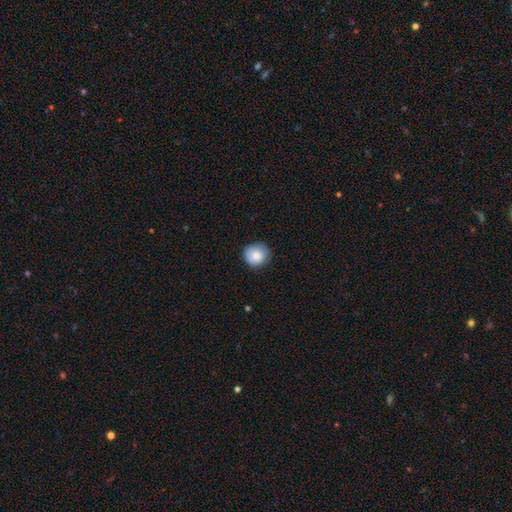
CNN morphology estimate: Q: Smooth or featured?
A: smooth (83%); runner-up: featured or disk (9%)
Q: How rounded?
A: round (89%); runner-up: in between (11%)
Q: Merging?
A: none (79%); runner-up: minor disturbance (17%)